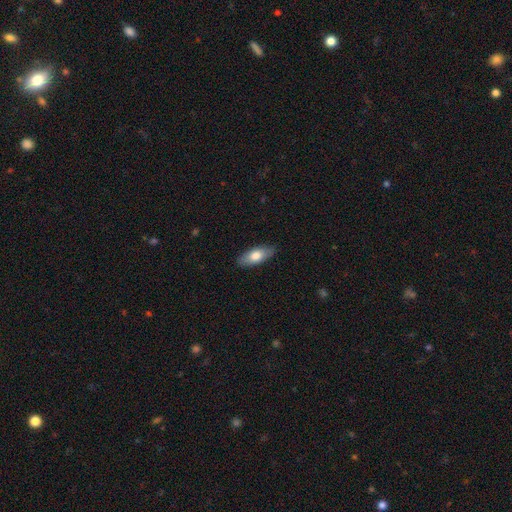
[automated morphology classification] This is likely a smooth galaxy (75%). How rounded: clearly in between (82%). Merging: clearly none (86%).